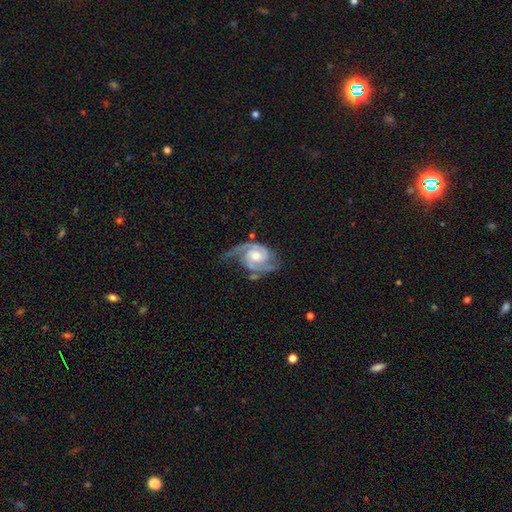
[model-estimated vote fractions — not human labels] Q: Smooth or featured?
A: featured or disk (89%); runner-up: smooth (7%)
Q: Edge-on disk?
A: no (98%); runner-up: yes (2%)
Q: Bar?
A: no (60%); runner-up: weak (33%)
Q: Spiral arms?
A: yes (97%); runner-up: no (3%)
Q: Spiral winding?
A: medium (47%); runner-up: tight (40%)
Q: Spiral arm count?
A: 2 (84%); runner-up: 3 (6%)
Q: Bulge size?
A: moderate (61%); runner-up: small (22%)
Q: Merging?
A: none (53%); runner-up: minor disturbance (26%)